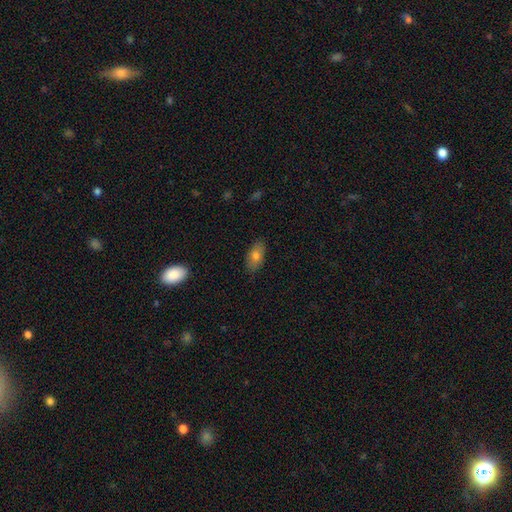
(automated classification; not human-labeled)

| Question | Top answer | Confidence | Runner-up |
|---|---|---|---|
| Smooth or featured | smooth | 77% | featured or disk (15%) |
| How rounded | in between | 89% | cigar-shaped (7%) |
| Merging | none | 85% | minor disturbance (12%) |